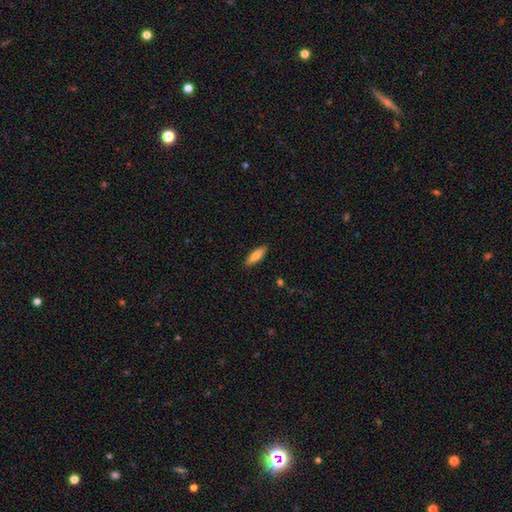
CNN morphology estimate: smooth 72%, featured or disk 22%, star or artifact 6%. Down the decision tree: how rounded — cigar-shaped (52%); merging — none (90%).